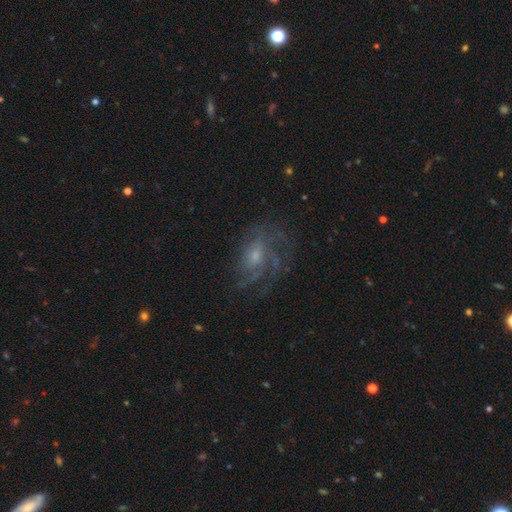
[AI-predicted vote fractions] The model was most divided on "spiral winding": medium: 42%, tight: 36%, loose: 21%. Remaining: edge-on disk — no (96%); spiral arms — yes (86%); smooth or featured — featured or disk (73%); bar — no (70%); merging — none (60%); bulge size — small (49%); spiral arm count — can't tell (36%).